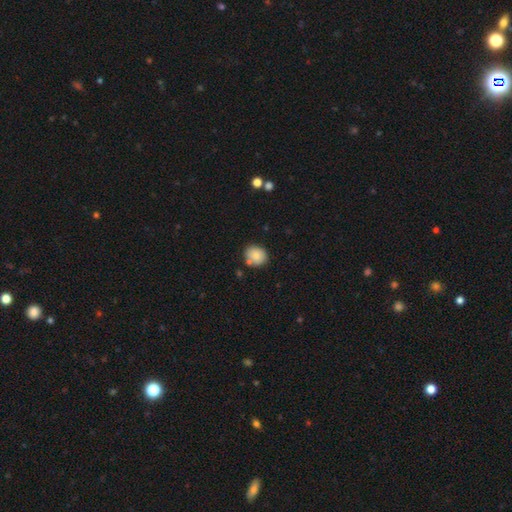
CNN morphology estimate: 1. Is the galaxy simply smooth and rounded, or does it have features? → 82% smooth, 10% featured or disk, 9% star or artifact.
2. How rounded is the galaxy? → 64% round, 35% in between, 1% cigar-shaped.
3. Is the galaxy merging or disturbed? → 73% none, 14% minor disturbance, 10% merger, 3% major disturbance.